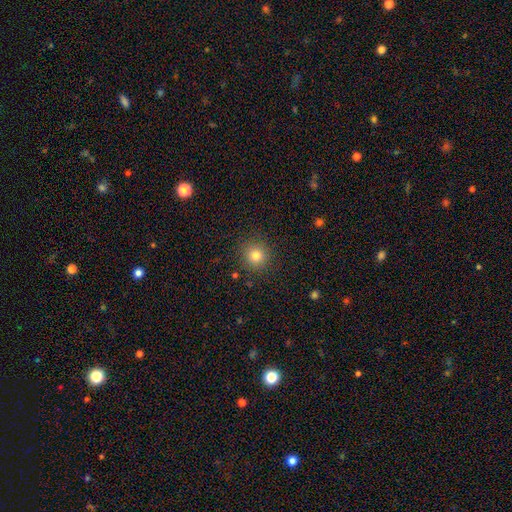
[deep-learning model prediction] A smooth galaxy with no disk features (80%) that is round (92%).

Vote fractions:
- Smooth or featured? smooth: 80% / star or artifact: 13% / featured or disk: 7%
- How rounded? round: 92% / in between: 7% / cigar-shaped: 1%
- Merging? none: 90% / minor disturbance: 7% / major disturbance: 2% / merger: 1%